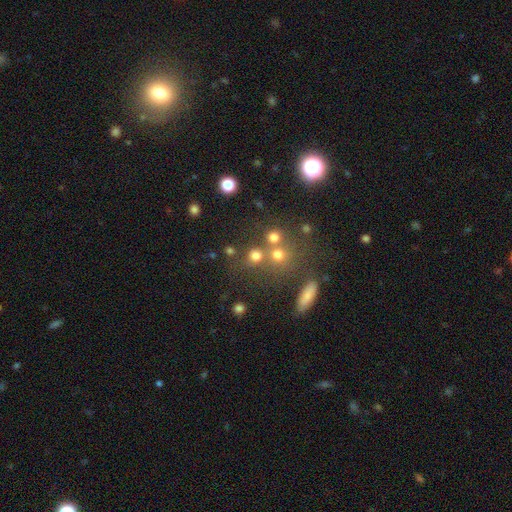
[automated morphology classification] smooth-or-featured: smooth: 74% | star or artifact: 18% | featured or disk: 9%
  how-rounded: round: 87% | in between: 12% | cigar-shaped: 2%
  merging: none: 63% | merger: 24% | minor disturbance: 8% | major disturbance: 5%